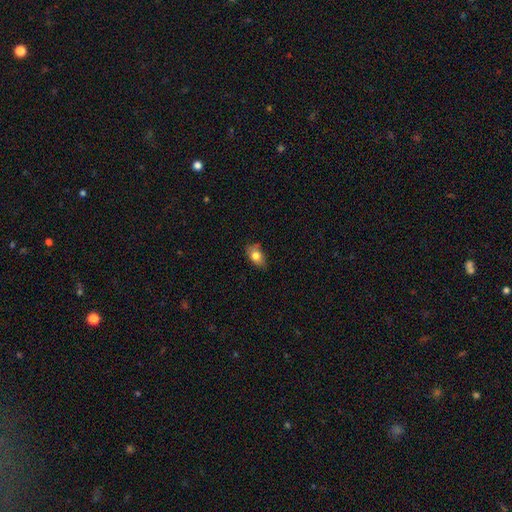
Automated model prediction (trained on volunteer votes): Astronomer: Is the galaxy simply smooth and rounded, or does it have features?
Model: smooth — 79%.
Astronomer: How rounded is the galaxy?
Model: in between — 84%.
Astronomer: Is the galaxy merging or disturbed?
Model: none — 71%.